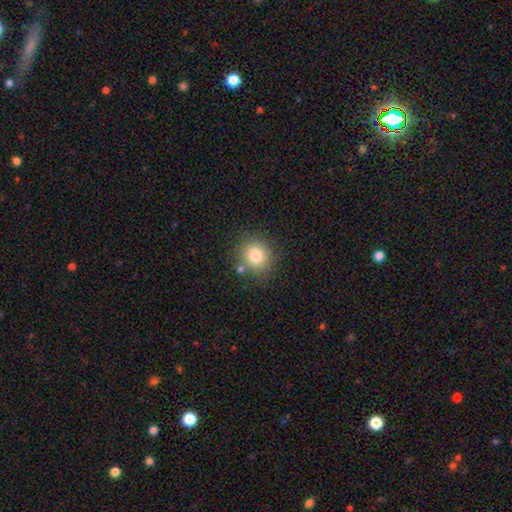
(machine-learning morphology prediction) Q: Smooth or featured?
A: smooth (80%); runner-up: star or artifact (12%)
Q: How rounded?
A: round (88%); runner-up: in between (11%)
Q: Merging?
A: none (79%); runner-up: minor disturbance (10%)